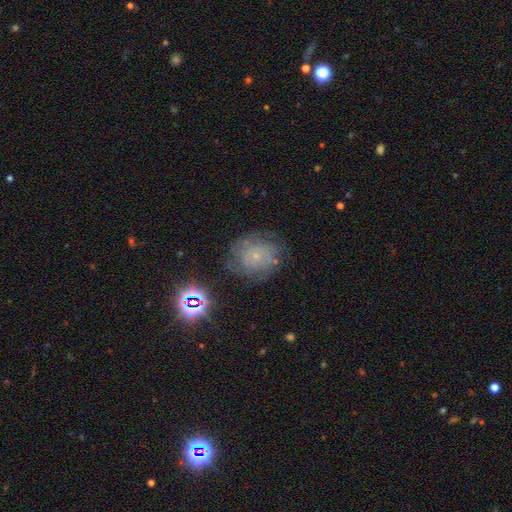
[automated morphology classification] Smooth or featured: featured or disk — 57% (smooth — 25%)
Edge-on disk: no — 97% (yes — 3%)
Bar: no — 83% (weak — 14%)
Spiral arms: yes — 82% (no — 18%)
Bulge size: small — 83% (moderate — 10%)
Merging: none — 70% (minor disturbance — 19%)